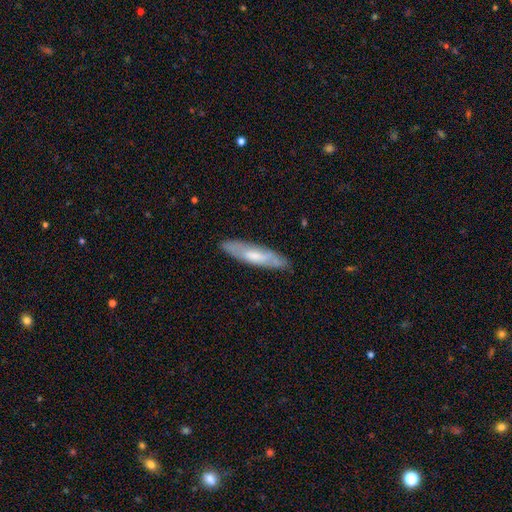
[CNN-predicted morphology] This is possibly a smooth galaxy (49%). Merging: clearly none (83%).